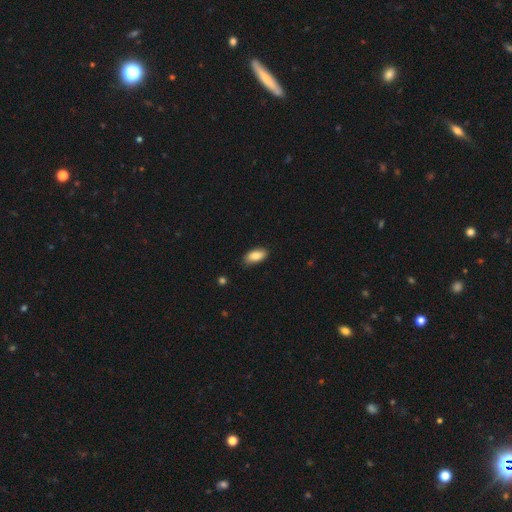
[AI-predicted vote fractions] Overall: smooth (86%). How rounded: in between (92%). Merging: none (83%).